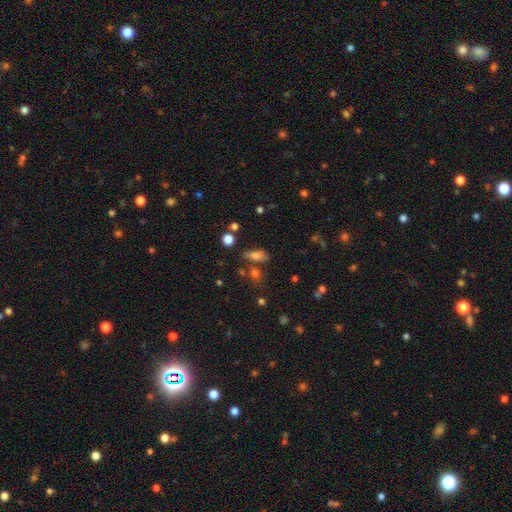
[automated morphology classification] A smooth galaxy with no disk features (71%) that is in between round and cigar-shaped (69%).

Vote fractions:
- Smooth or featured? smooth: 71% / star or artifact: 15% / featured or disk: 14%
- How rounded? in between: 69% / cigar-shaped: 23% / round: 8%
- Merging? none: 61% / minor disturbance: 19% / merger: 12% / major disturbance: 8%